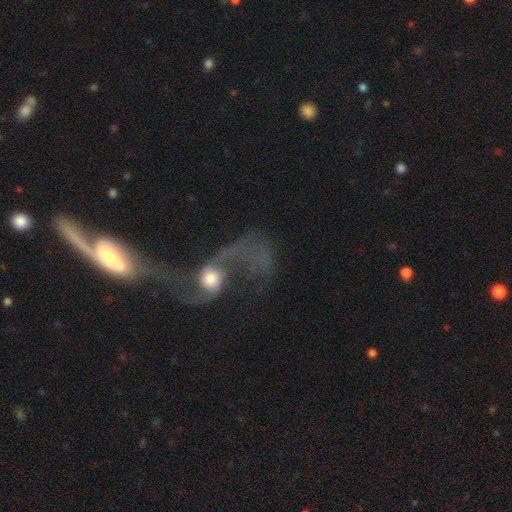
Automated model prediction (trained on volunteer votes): Q: Smooth or featured?
A: featured or disk (70%); runner-up: smooth (20%)
Q: Edge-on disk?
A: no (94%); runner-up: yes (6%)
Q: Bar?
A: no (66%); runner-up: weak (26%)
Q: Spiral arms?
A: yes (74%); runner-up: no (26%)
Q: Bulge size?
A: moderate (55%); runner-up: small (20%)
Q: Merging?
A: merger (67%); runner-up: major disturbance (18%)